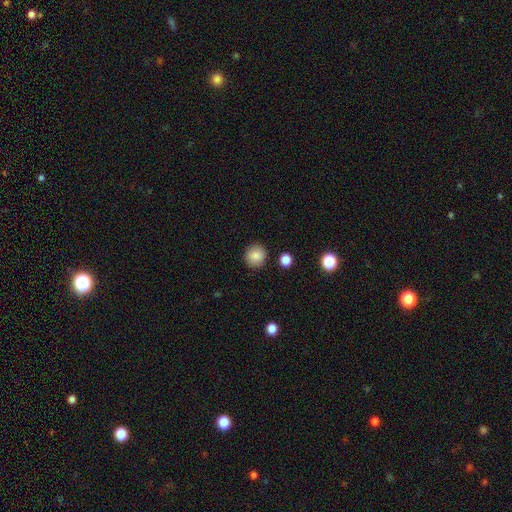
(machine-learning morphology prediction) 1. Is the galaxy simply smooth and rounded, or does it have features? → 87% smooth, 9% star or artifact, 5% featured or disk.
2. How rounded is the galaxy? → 89% round, 10% in between, 1% cigar-shaped.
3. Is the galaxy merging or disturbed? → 89% none, 7% minor disturbance, 2% major disturbance, 2% merger.